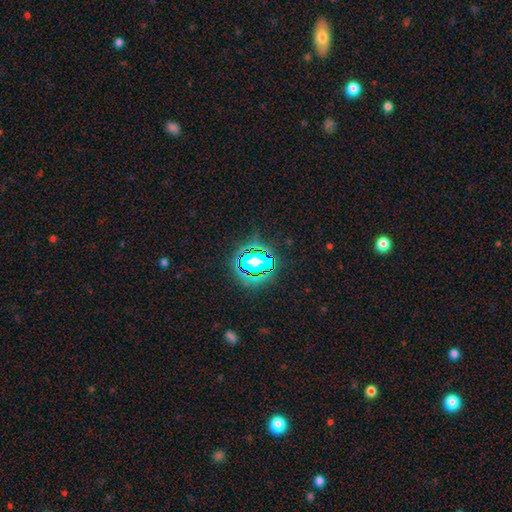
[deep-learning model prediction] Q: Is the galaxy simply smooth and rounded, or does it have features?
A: star or artifact — 79%.